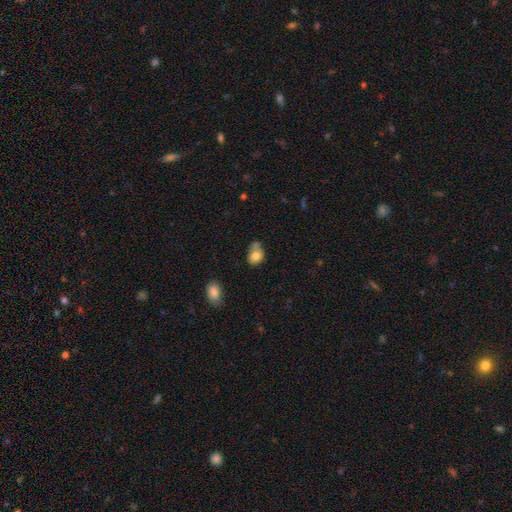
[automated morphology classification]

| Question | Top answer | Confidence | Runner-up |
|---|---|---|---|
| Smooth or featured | smooth | 78% | featured or disk (13%) |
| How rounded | in between | 57% | round (42%) |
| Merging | none | 41% | minor disturbance (26%) |